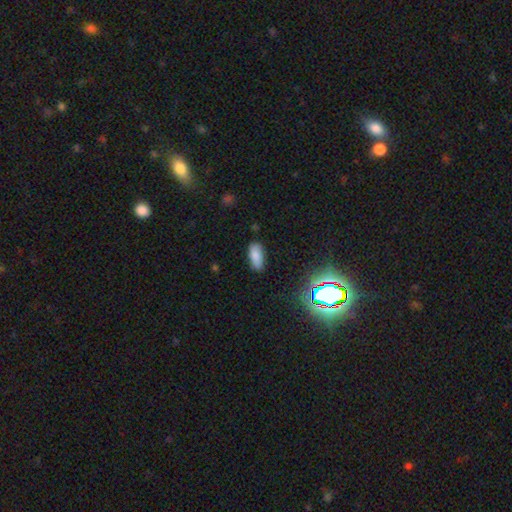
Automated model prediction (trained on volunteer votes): Q: Smooth or featured?
A: smooth (82%); runner-up: star or artifact (11%)
Q: How rounded?
A: in between (89%); runner-up: cigar-shaped (9%)
Q: Merging?
A: none (79%); runner-up: minor disturbance (16%)